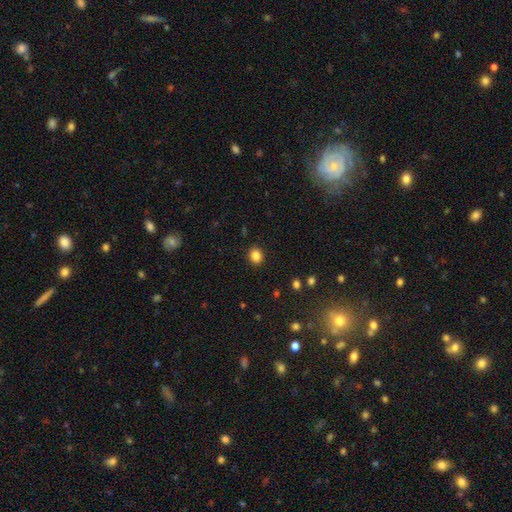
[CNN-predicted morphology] Overall: smooth (86%). How rounded: round (61%; in between 38%). Merging: none (90%).